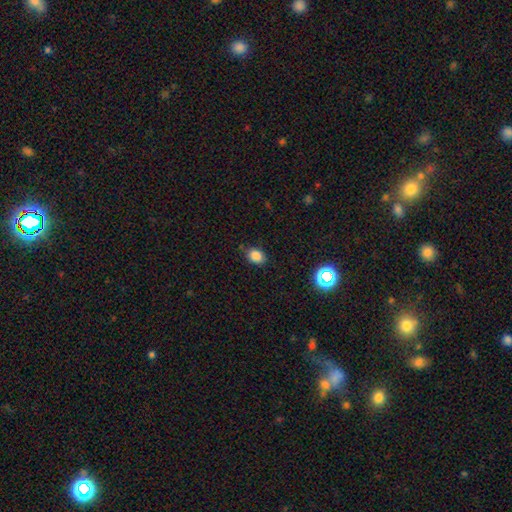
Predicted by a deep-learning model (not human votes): smooth 84%, star or artifact 11%, featured or disk 4%. Down the decision tree: how rounded — in between (67%); merging — none (82%).